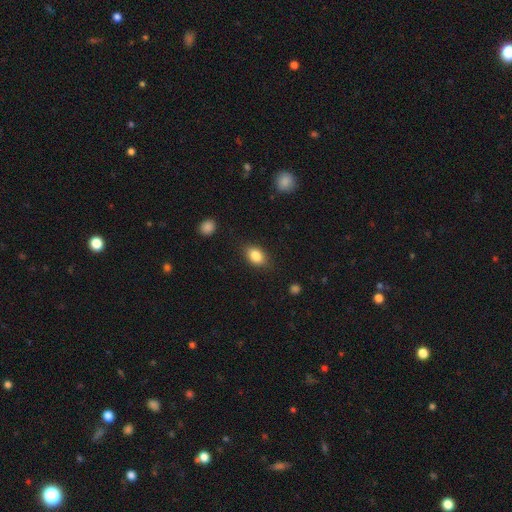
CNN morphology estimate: type=smooth (84%); roundness=in between (81%); merging=none (83%).